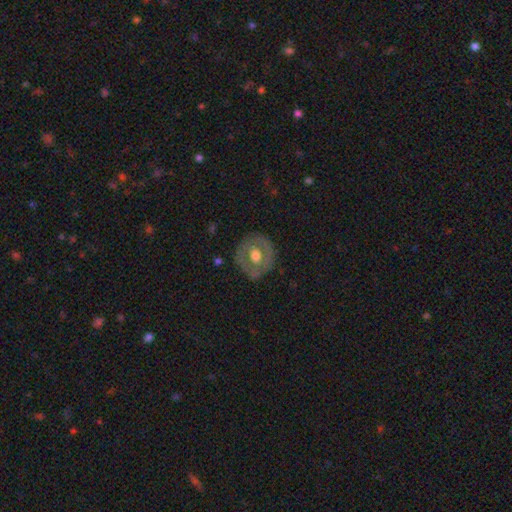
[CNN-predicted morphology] A featured or disk galaxy (56%) with no bar (74%), no spiral arms (77%) and a moderate central bulge (66%).

Vote fractions:
- Smooth or featured? featured or disk: 56% / smooth: 38% / star or artifact: 6%
- Edge-on disk? no: 95% / yes: 5%
- Bar? no: 74% / weak: 20% / strong: 6%
- Spiral arms? no: 77% / yes: 23%
- Bulge size? moderate: 66% / large: 25% / small: 6% / none: 1% / dominant: 1%
- Merging? none: 78% / minor disturbance: 15% / major disturbance: 6% / merger: 1%